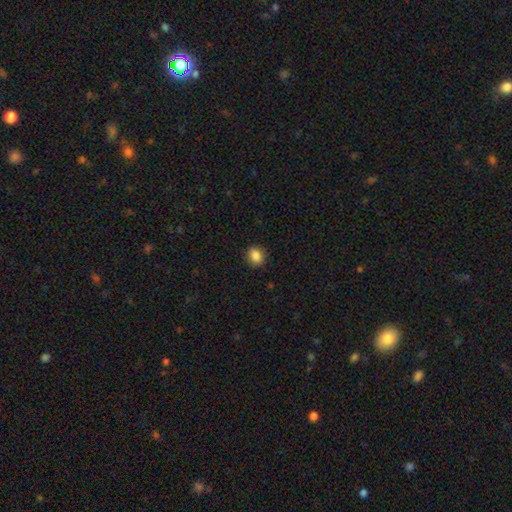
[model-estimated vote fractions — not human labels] This appears to be a smooth galaxy with no disk features (87%) that is round (51%). Merging: none (88%).